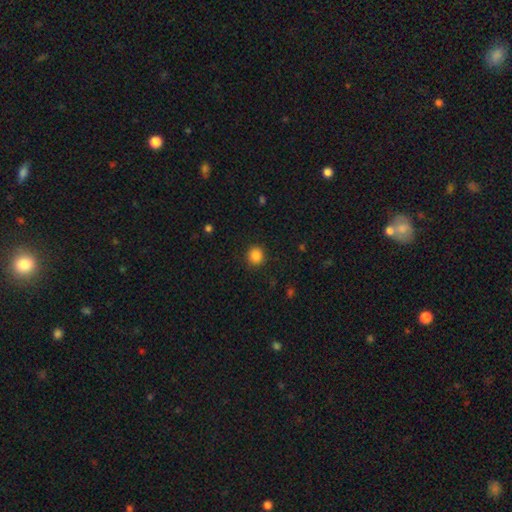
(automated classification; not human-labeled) A smooth galaxy with no disk features (86%) that is round (88%).

Vote fractions:
- Smooth or featured? smooth: 86% / star or artifact: 11% / featured or disk: 3%
- How rounded? round: 88% / in between: 11% / cigar-shaped: 1%
- Merging? none: 90% / minor disturbance: 7% / major disturbance: 2% / merger: 1%